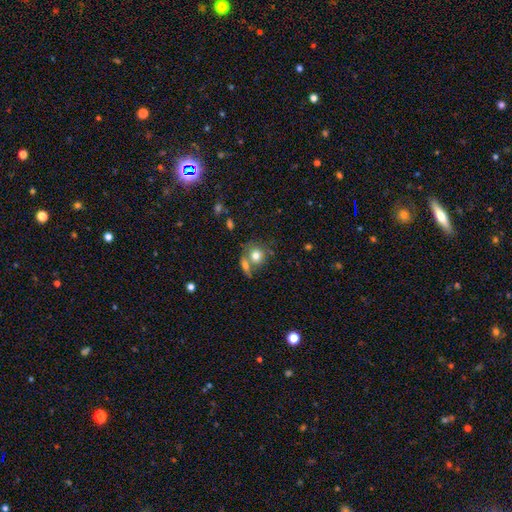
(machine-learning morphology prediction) type=smooth (75%); roundness=round (75%); merging=none (43%).